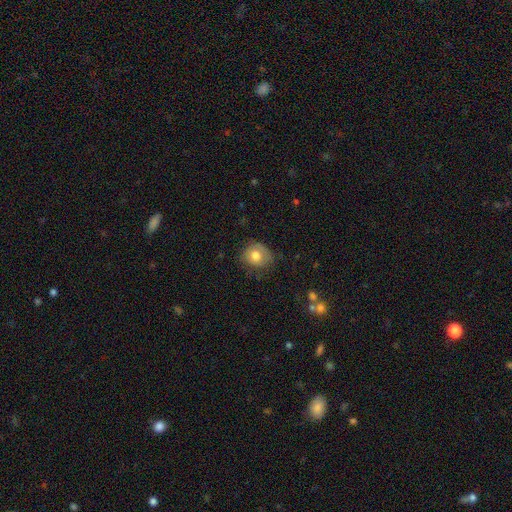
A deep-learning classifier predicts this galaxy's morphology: type=smooth (74%); roundness=round (72%); merging=none (65%).